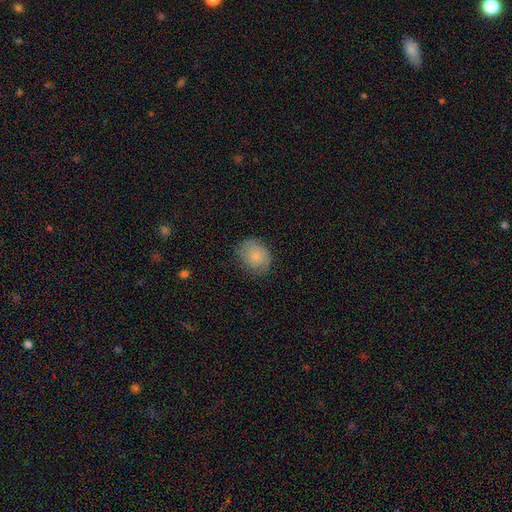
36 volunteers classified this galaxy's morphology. Volunteers were most divided on "how rounded": round: 64%, in between: 36%, cigar-shaped: 0%. More confident: smooth or featured — smooth (78%); merging — none (63%).